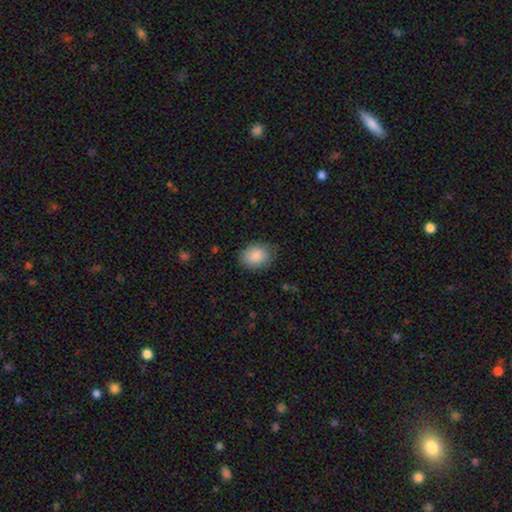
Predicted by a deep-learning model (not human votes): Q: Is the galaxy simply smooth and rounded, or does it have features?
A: smooth — 87%.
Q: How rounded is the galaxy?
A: in between — 65%.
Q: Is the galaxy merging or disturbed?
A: none — 77%.